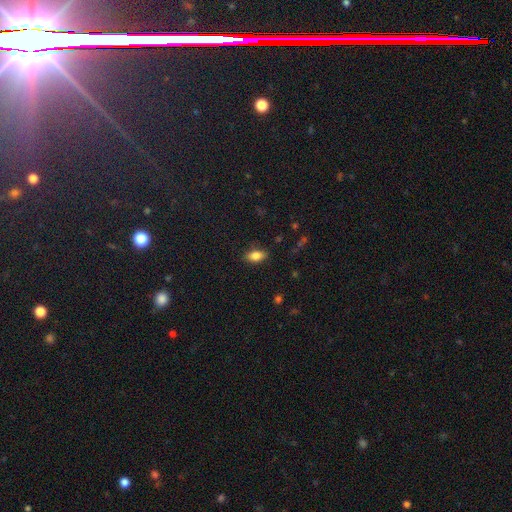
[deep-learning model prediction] Morphology: type=smooth (82%); roundness=in between (88%); merging=none (84%).